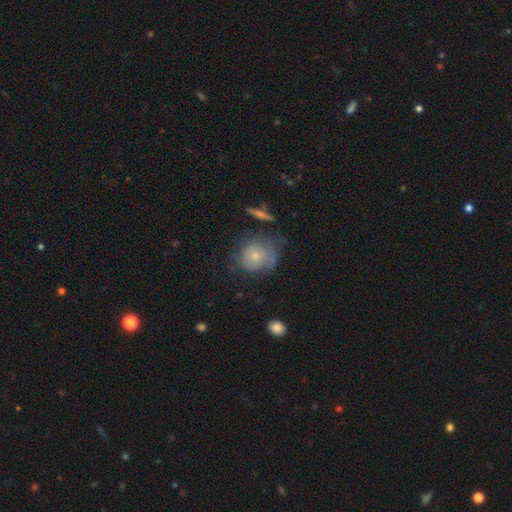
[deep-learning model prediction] A smooth galaxy with no disk features (48%).

Vote fractions:
- Smooth or featured? smooth: 48% / featured or disk: 43% / star or artifact: 9%
- Merging? none: 51% / minor disturbance: 28% / major disturbance: 17% / merger: 4%